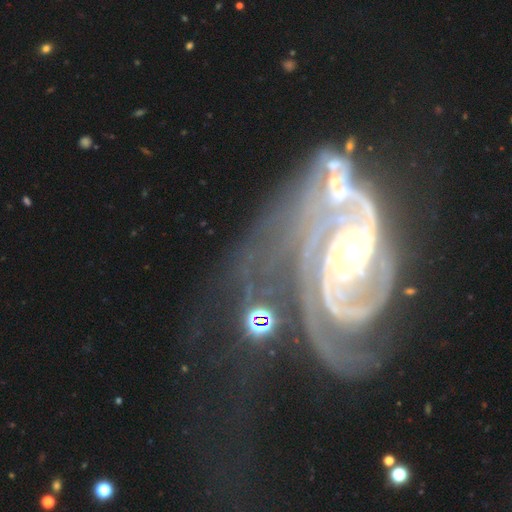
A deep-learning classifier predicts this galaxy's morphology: This is clearly a featured or disk galaxy (88%). It is clearly not viewed edge-on (96%). Bar: possibly no (57%). Spiral arm pattern: clearly yes (97%). Spiral arm count: marginally 2 (30%). Spiral winding: possibly tight (59%). Central bulge: possibly moderate (53%). Merging: marginally none (33%).